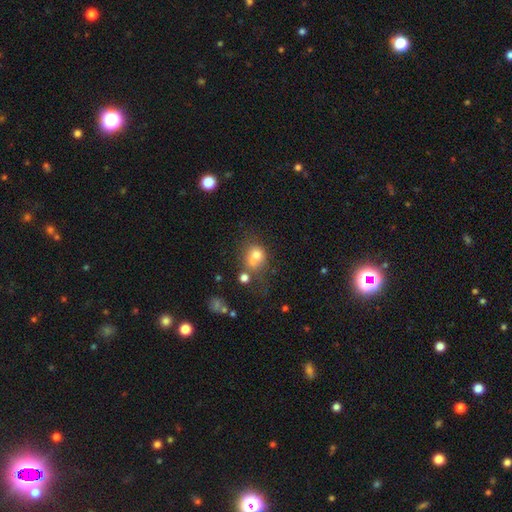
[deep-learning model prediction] Smooth or featured?
  - smooth: 69% *
  - featured or disk: 17%
  - star or artifact: 14%
How rounded?
  - round: 60% *
  - in between: 39%
  - cigar-shaped: 1%
Merging?
  - merger: 39% *
  - none: 31%
  - minor disturbance: 16%
  - major disturbance: 13%